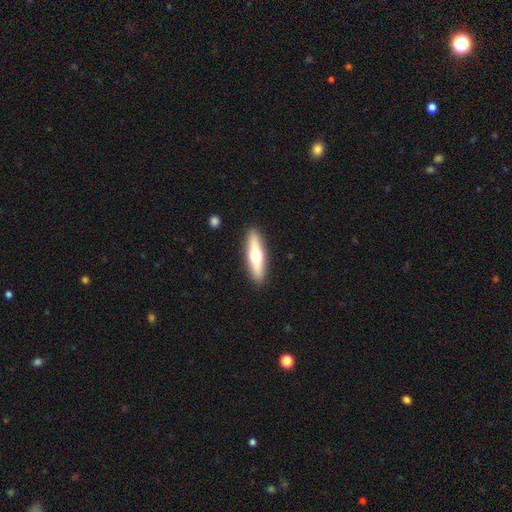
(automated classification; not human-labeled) smooth-or-featured: smooth: 50% | featured or disk: 44% | star or artifact: 5%
  how-rounded: cigar-shaped: 73% | in between: 25% | round: 2%
  merging: none: 90% | minor disturbance: 7% | major disturbance: 2% | merger: 1%